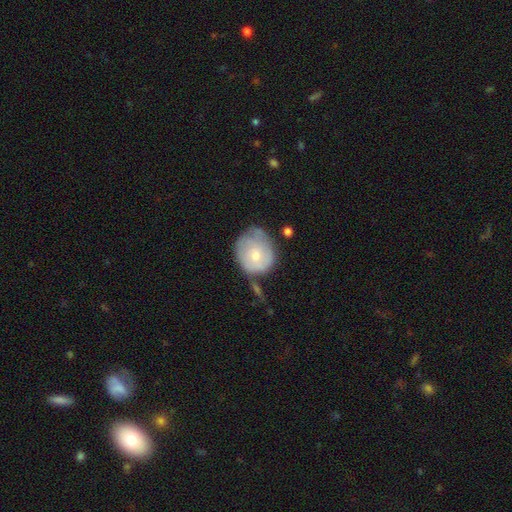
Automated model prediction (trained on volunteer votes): smooth 60%, featured or disk 33%, star or artifact 7%. Down the decision tree: how rounded — round (76%); merging — none (44%).